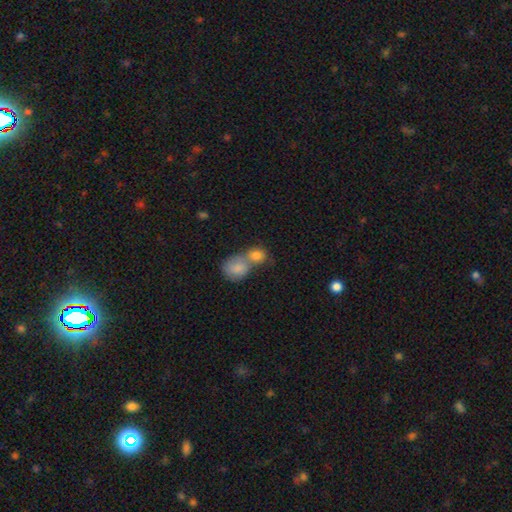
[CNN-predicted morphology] smooth-or-featured: smooth: 57% | star or artifact: 23% | featured or disk: 20%
  how-rounded: round: 57% | in between: 39% | cigar-shaped: 4%
  merging: merger: 50% | none: 37% | minor disturbance: 8% | major disturbance: 5%